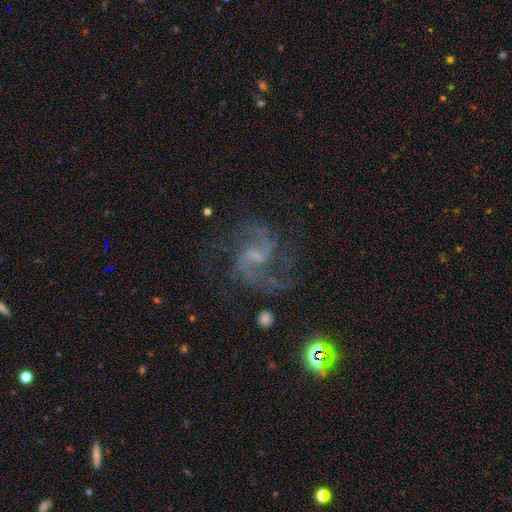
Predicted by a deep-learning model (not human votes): smooth_or_featured: featured or disk (p=0.86) [alt: star or artifact p=0.09]
disk_edge_on: no (p=0.98) [alt: yes p=0.02]
bar: weak (p=0.58) [alt: no p=0.26]
has_spiral_arms: yes (p=0.97) [alt: no p=0.03]
spiral_winding: medium (p=0.53) [alt: loose p=0.38]
spiral_arm_count: 2 (p=0.85) [alt: can't tell p=0.05]
bulge_size: small (p=0.51) [alt: none p=0.28]
merging: none (p=0.70) [alt: minor disturbance p=0.15]